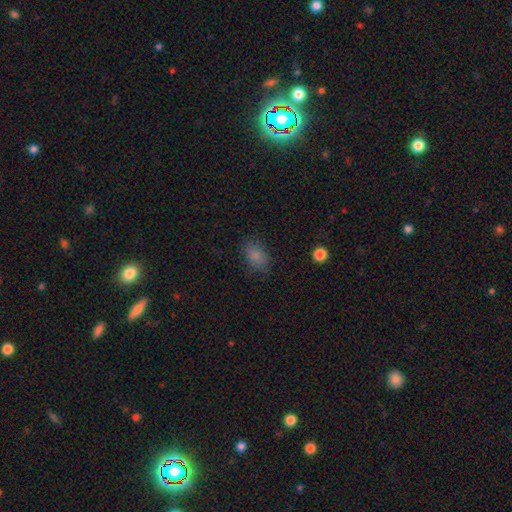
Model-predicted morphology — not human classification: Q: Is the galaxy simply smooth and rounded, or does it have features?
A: smooth — 83%.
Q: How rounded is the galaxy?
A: in between — 85%.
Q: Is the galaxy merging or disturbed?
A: none — 80%.